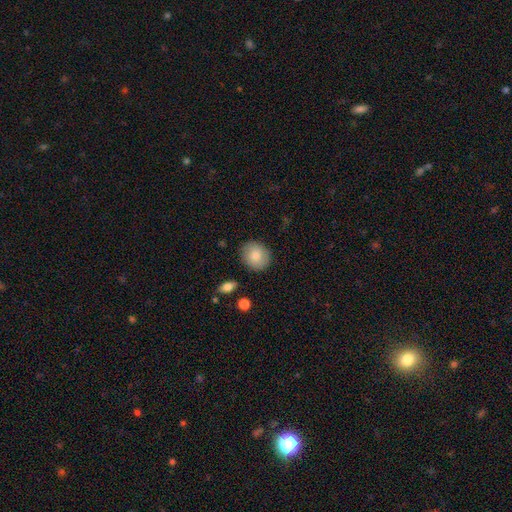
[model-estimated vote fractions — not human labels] Overall: smooth (82%). How rounded: round (79%). Merging: none (87%).